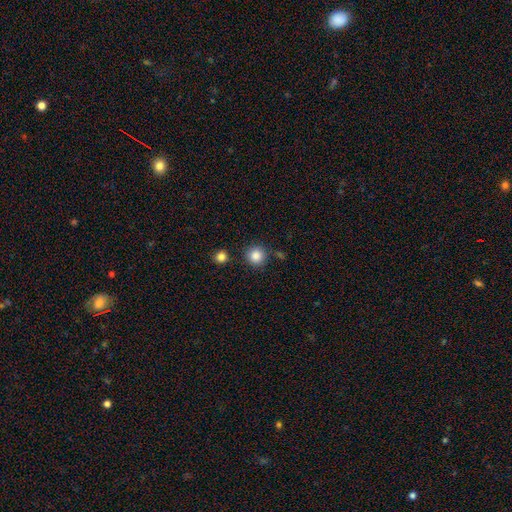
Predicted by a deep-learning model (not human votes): The model was most divided on "merging": none: 85%, minor disturbance: 8%, merger: 4%, major disturbance: 3%. More confident: how rounded — round (93%); smooth or featured — smooth (86%).